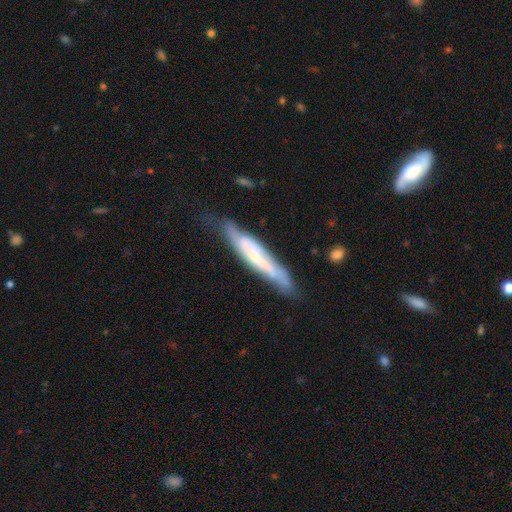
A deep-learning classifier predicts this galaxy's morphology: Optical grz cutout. It shows a featured or disk galaxy (64%) viewed edge-on (59%). Merging: none (63%).